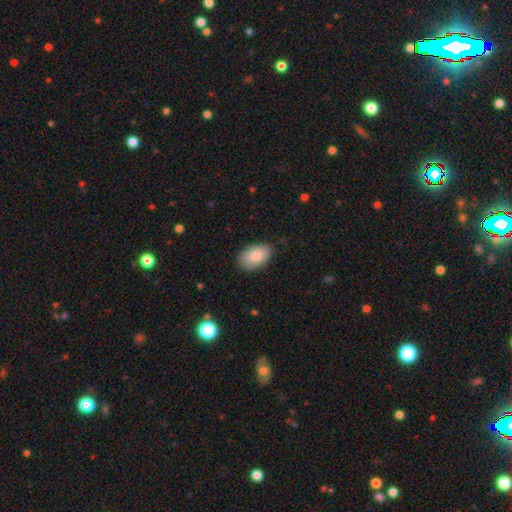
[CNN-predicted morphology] type=smooth (83%); roundness=in between (91%); merging=none (82%).